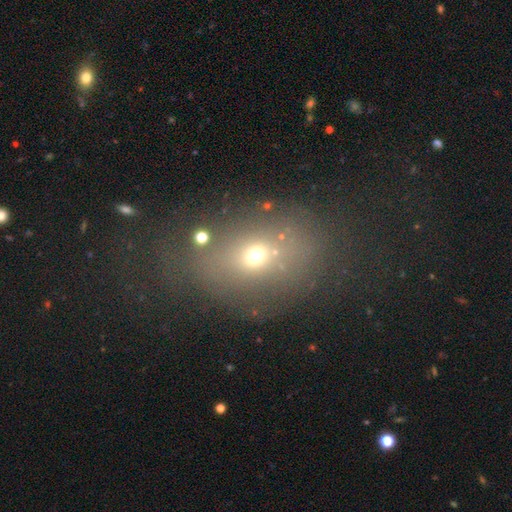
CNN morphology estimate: Smooth or featured: smooth — 57% (star or artifact — 23%)
How rounded: in between — 59% (round — 38%)
Merging: none — 58% (minor disturbance — 19%)